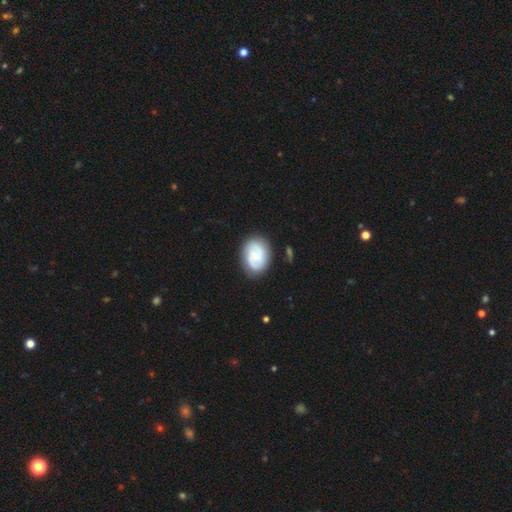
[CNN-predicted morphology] A featured or disk galaxy (64%) with a weak bar (46%), 2 (72%) tight (44%) spiral arms (91%) and a small central bulge (53%). Merging: none (82%).